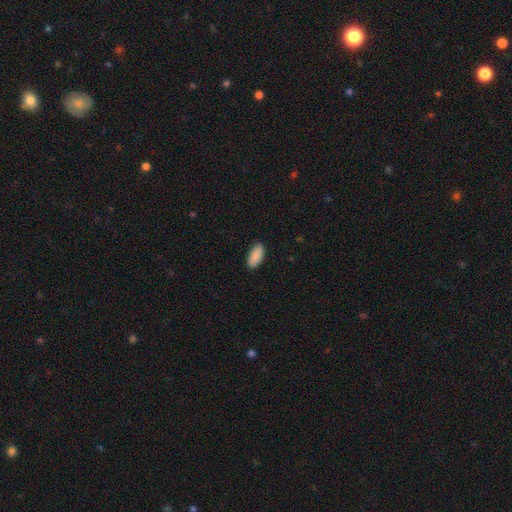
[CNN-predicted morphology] This is clearly a smooth galaxy (90%). How rounded: clearly in between (90%). Merging: clearly none (88%).